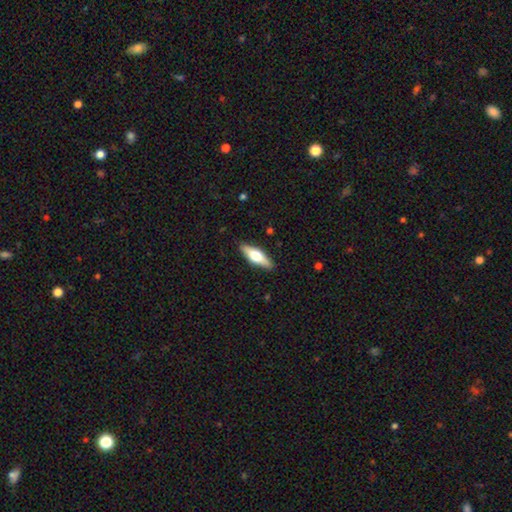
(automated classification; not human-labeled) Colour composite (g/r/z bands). It shows a featured or disk galaxy (47%, tied with smooth). Merging: none (89%).